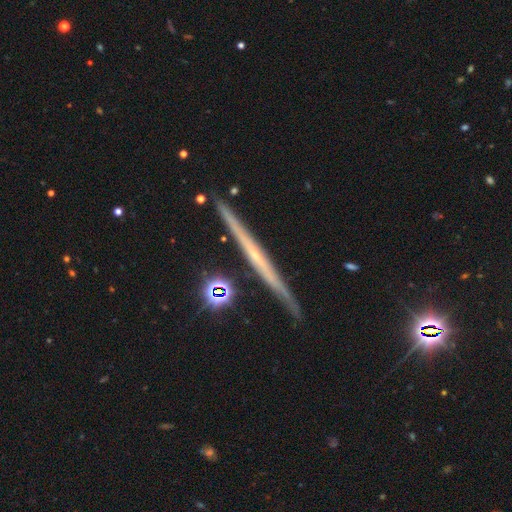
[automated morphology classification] Smooth or featured: featured or disk — 74% (smooth — 17%)
Edge-on disk: yes — 97% (no — 3%)
Edge-on bulge: none — 70% (rounded — 26%)
Merging: none — 86% (minor disturbance — 10%)